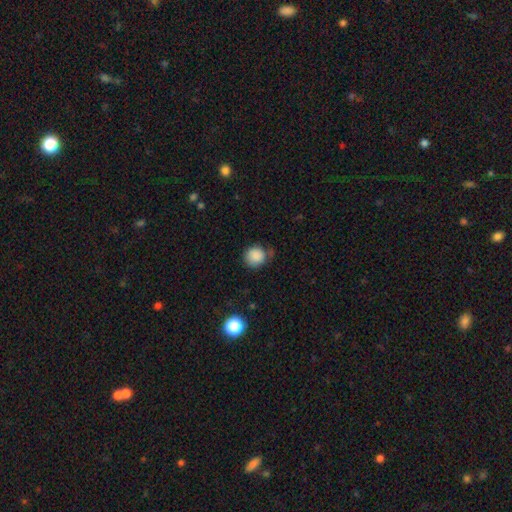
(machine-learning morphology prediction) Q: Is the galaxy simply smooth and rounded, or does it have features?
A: smooth — 87%.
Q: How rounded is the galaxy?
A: round — 89%.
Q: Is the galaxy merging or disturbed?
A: none — 69%.